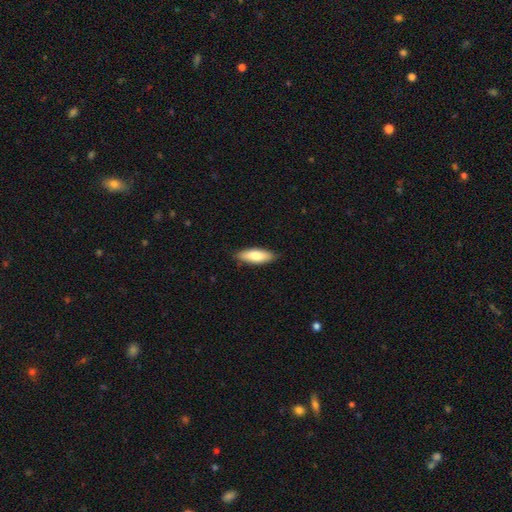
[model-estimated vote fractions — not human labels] A smooth galaxy with no disk features (80%) that is in between round and cigar-shaped (60%).

Vote fractions:
- Smooth or featured? smooth: 80% / featured or disk: 15% / star or artifact: 5%
- How rounded? in between: 60% / cigar-shaped: 38% / round: 2%
- Merging? none: 85% / minor disturbance: 12% / major disturbance: 2% / merger: 1%